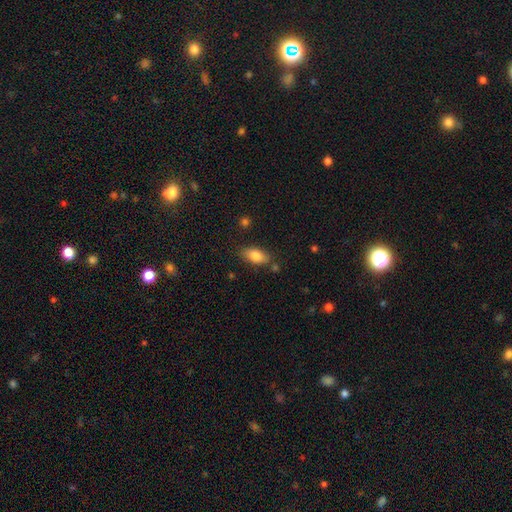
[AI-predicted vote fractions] Overall: smooth (83%). How rounded: in between (88%). Merging: none (77%).